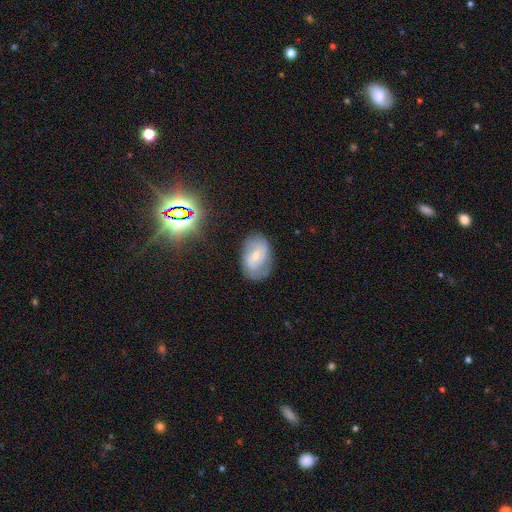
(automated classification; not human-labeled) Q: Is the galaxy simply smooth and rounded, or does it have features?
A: featured or disk — 54%.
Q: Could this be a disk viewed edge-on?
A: no — 95%.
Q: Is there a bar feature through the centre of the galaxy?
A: no — 49%.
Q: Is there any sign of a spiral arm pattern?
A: yes — 70%.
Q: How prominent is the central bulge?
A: small — 58%.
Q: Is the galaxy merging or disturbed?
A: none — 67%.